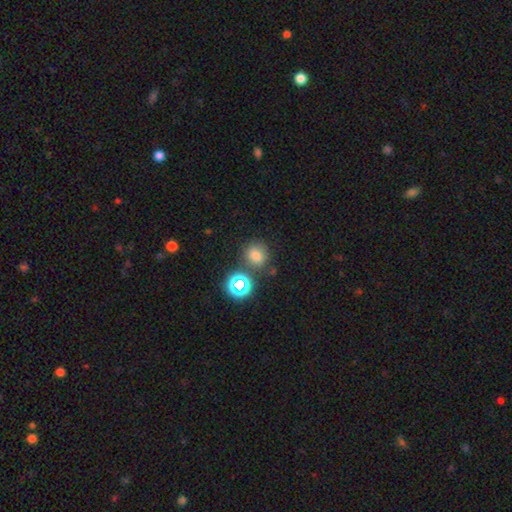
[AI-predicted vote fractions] Q: Smooth or featured?
A: smooth (69%); runner-up: star or artifact (23%)
Q: How rounded?
A: round (81%); runner-up: in between (18%)
Q: Merging?
A: none (73%); runner-up: minor disturbance (12%)